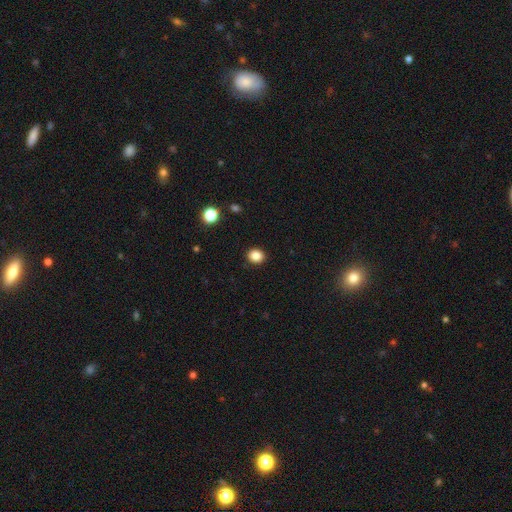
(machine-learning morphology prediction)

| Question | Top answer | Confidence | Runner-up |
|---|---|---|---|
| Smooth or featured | smooth | 86% | star or artifact (11%) |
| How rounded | round | 74% | in between (25%) |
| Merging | none | 92% | minor disturbance (5%) |